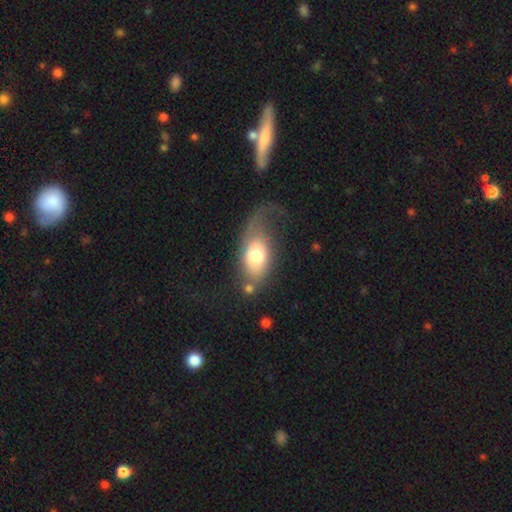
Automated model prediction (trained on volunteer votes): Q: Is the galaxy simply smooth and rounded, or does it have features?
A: smooth — 59%.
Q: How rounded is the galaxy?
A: in between — 84%.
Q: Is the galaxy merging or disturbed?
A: major disturbance — 40%.